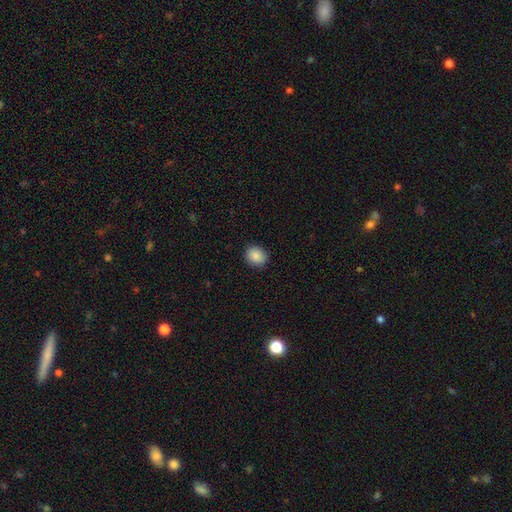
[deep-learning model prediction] Smooth or featured? smooth (87%)
How rounded? round (67%)
Merging? none (90%)